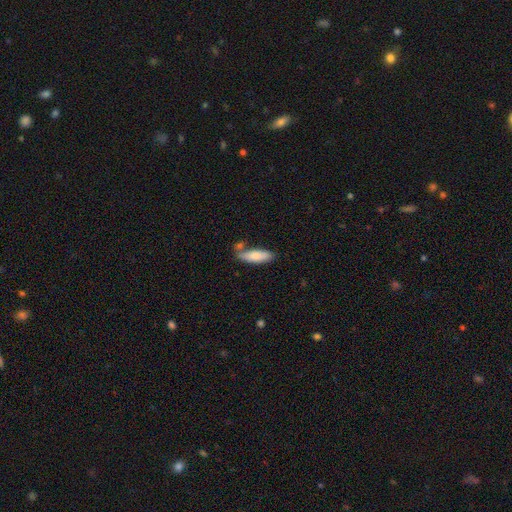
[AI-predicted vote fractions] Smooth or featured? smooth (81%)
How rounded? in between (56%)
Merging? none (61%)